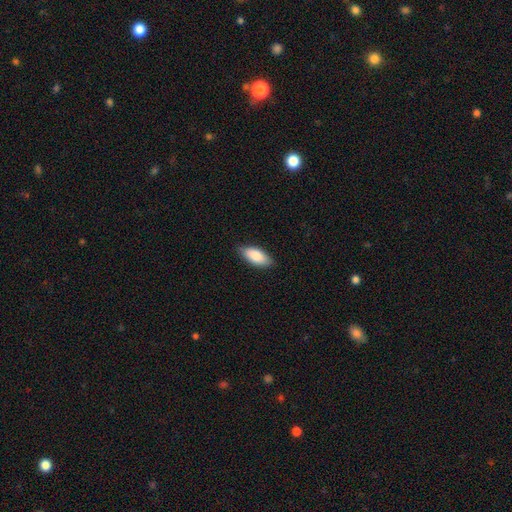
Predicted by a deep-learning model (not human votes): Morphology: type=smooth (85%); roundness=in between (88%); merging=none (84%).